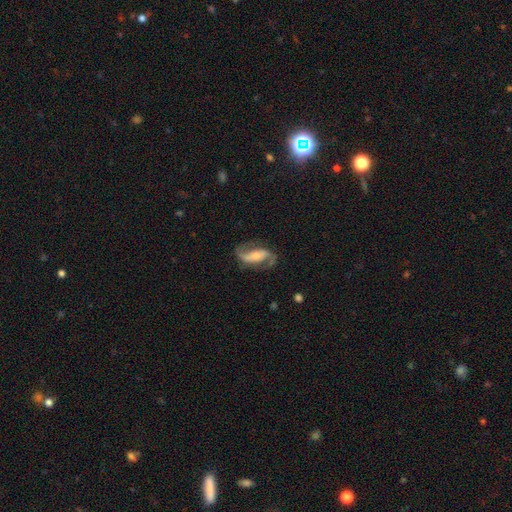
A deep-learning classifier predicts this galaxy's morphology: A featured or disk galaxy (86%) with a strong bar (42%), 2 (92%) loose (53%) spiral arms (95%) and a small central bulge (46%).

Vote fractions:
- Smooth or featured? featured or disk: 86% / smooth: 9% / star or artifact: 5%
- Edge-on disk? no: 95% / yes: 5%
- Bar? strong: 42% / weak: 30% / no: 27%
- Spiral arms? yes: 95% / no: 5%
- Spiral winding? loose: 53% / medium: 37% / tight: 11%
- Spiral arm count? 2: 92% / 1: 3% / can't tell: 2% / 3: 1% / 4: 1% / more than 4: 1%
- Bulge size? small: 46% / moderate: 42% / large: 6% / none: 4% / dominant: 2%
- Merging? none: 76% / minor disturbance: 14% / major disturbance: 9% / merger: 2%